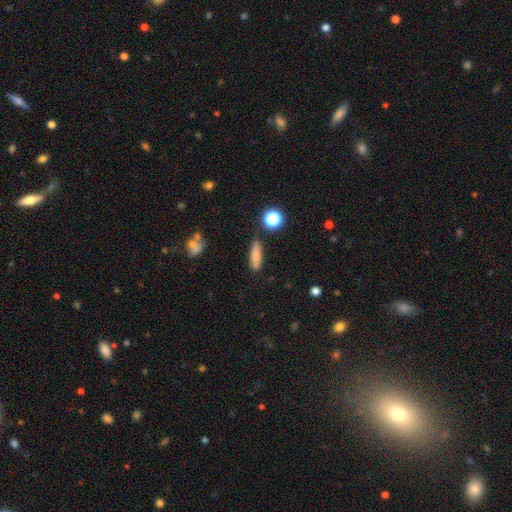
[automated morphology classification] Smooth or featured?
  - smooth: 79% *
  - featured or disk: 11%
  - star or artifact: 10%
How rounded?
  - cigar-shaped: 53% *
  - in between: 42%
  - round: 5%
Merging?
  - none: 80% *
  - minor disturbance: 13%
  - major disturbance: 4%
  - merger: 3%